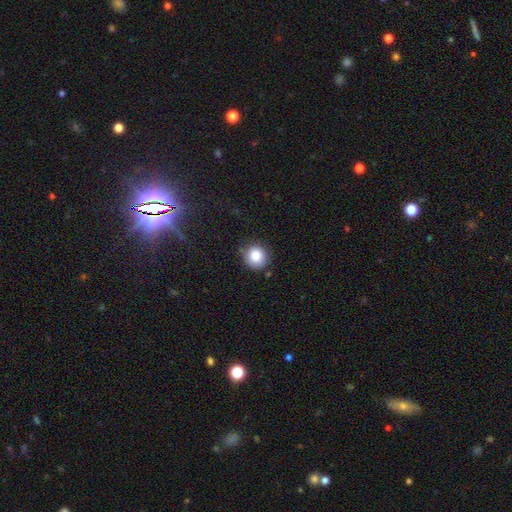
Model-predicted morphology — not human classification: This appears to be a smooth galaxy with no disk features (83%) that is round (89%). Merging: none (81%).